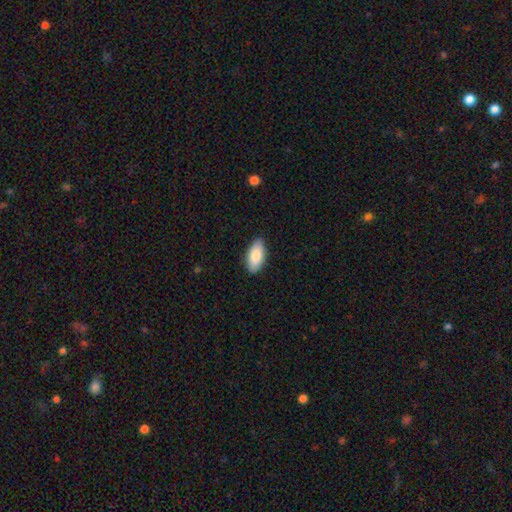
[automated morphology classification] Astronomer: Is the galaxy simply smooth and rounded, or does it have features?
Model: smooth — 85%.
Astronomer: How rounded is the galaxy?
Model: in between — 92%.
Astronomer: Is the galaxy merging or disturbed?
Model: none — 88%.